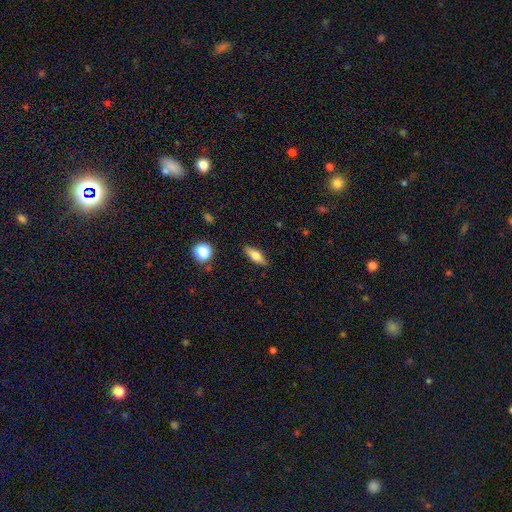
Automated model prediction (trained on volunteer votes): The model was most divided on "how rounded": in between: 63%, cigar-shaped: 33%, round: 4%. More confident: merging — none (86%); smooth or featured — smooth (65%).